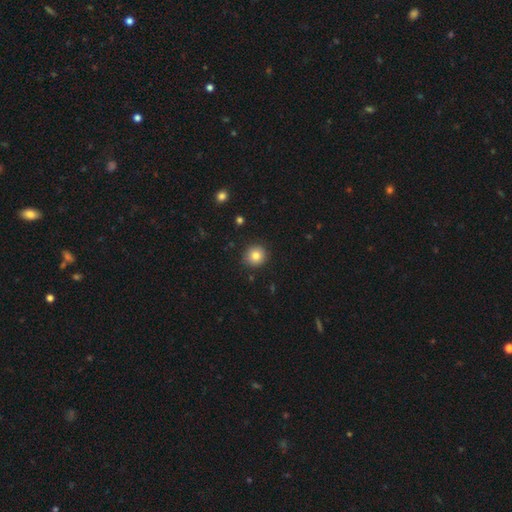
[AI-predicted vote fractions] Smooth or featured: smooth — 82% (star or artifact — 10%)
How rounded: round — 90% (in between — 9%)
Merging: none — 89% (minor disturbance — 8%)